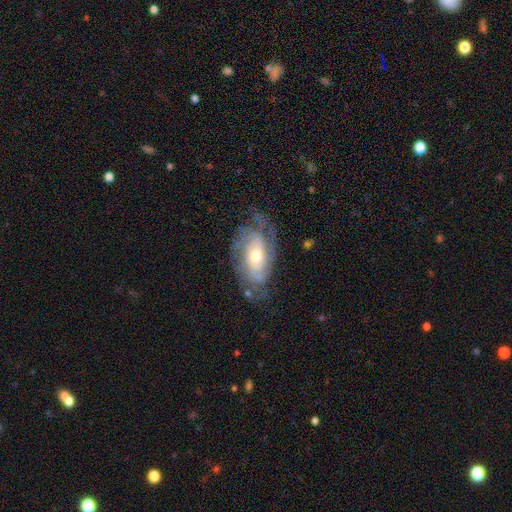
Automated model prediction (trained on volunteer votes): This appears to be a featured or disk galaxy (84%) with no bar (66%), tight (57%) spiral arms (94%) and a moderate central bulge (65%). Merging: none (68%).